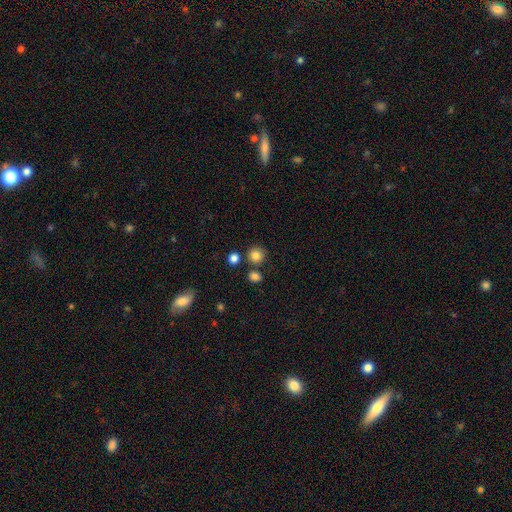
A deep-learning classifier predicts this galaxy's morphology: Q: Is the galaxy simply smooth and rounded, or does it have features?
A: smooth — 82%.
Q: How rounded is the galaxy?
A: round — 91%.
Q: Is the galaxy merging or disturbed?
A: none — 78%.